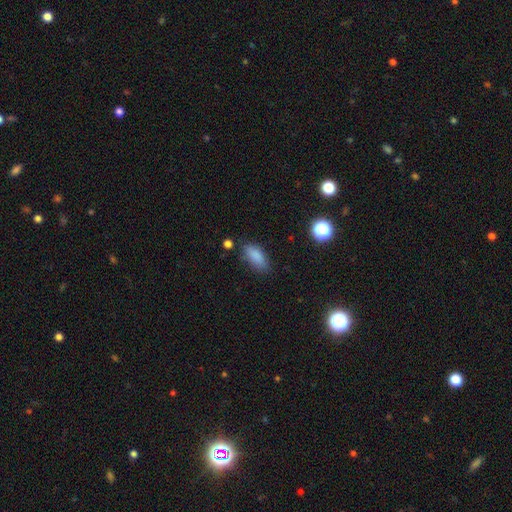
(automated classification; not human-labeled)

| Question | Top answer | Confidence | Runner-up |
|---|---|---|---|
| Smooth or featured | smooth | 85% | star or artifact (9%) |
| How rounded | in between | 85% | cigar-shaped (12%) |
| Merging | none | 74% | minor disturbance (18%) |